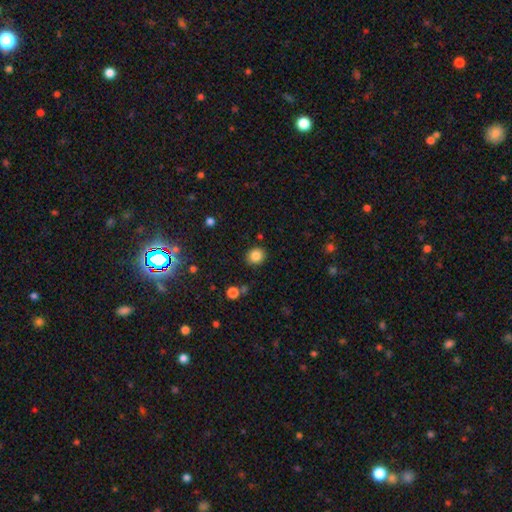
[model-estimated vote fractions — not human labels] This appears to be a smooth galaxy with no disk features (84%) that is round (77%). Merging: none (87%).